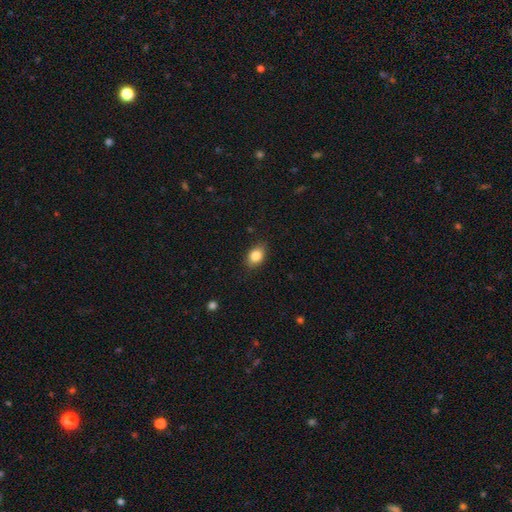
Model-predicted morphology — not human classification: Q: Smooth or featured?
A: smooth (84%); runner-up: star or artifact (9%)
Q: How rounded?
A: in between (76%); runner-up: round (23%)
Q: Merging?
A: none (83%); runner-up: minor disturbance (13%)